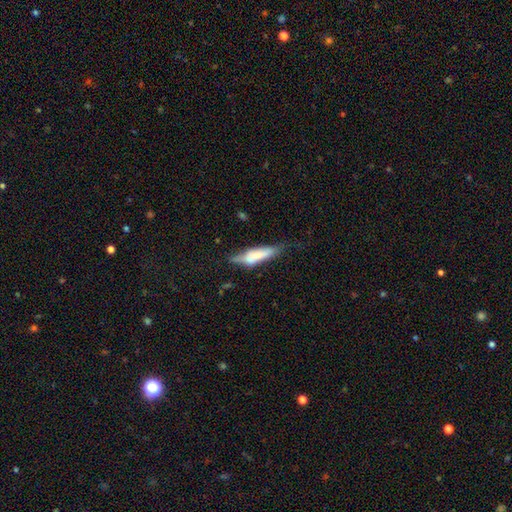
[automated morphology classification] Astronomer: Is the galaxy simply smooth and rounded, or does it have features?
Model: smooth — 56% (runner-up: featured or disk, 37%).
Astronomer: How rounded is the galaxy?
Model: cigar-shaped — 63%.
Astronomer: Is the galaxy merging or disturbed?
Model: none — 47% (runner-up: minor disturbance, 30%).